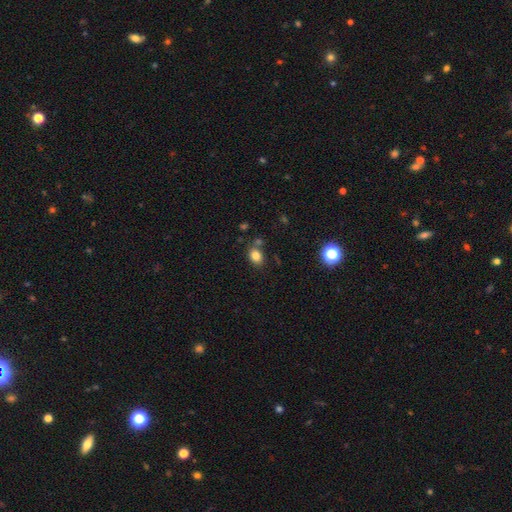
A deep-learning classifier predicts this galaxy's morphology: Smooth or featured?
  - smooth: 81% *
  - star or artifact: 13%
  - featured or disk: 7%
How rounded?
  - in between: 60% *
  - round: 39%
  - cigar-shaped: 1%
Merging?
  - none: 72% *
  - minor disturbance: 13%
  - merger: 11%
  - major disturbance: 4%